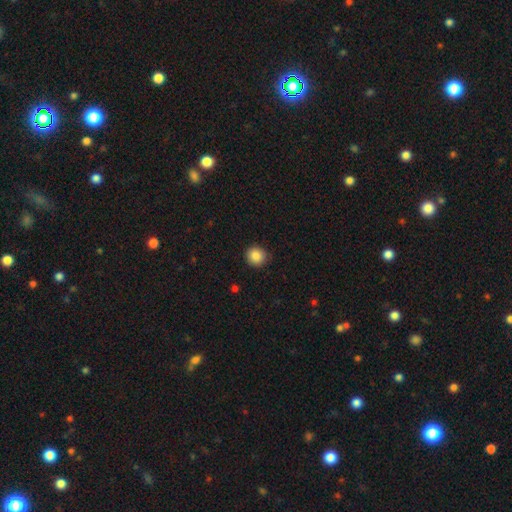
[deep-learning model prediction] The model was most divided on "how rounded": round: 88%, in between: 11%, cigar-shaped: 1%. More confident: merging — none (89%); smooth or featured — smooth (87%).